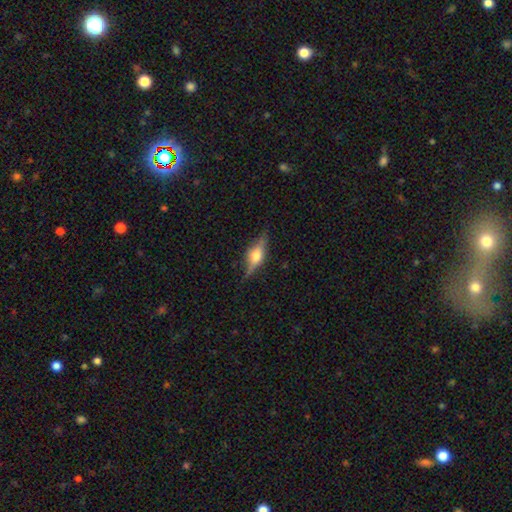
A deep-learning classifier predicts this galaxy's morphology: A featured or disk galaxy (60%) viewed edge-on (93%) with a rounded central bulge (90%). Merging: none (81%).